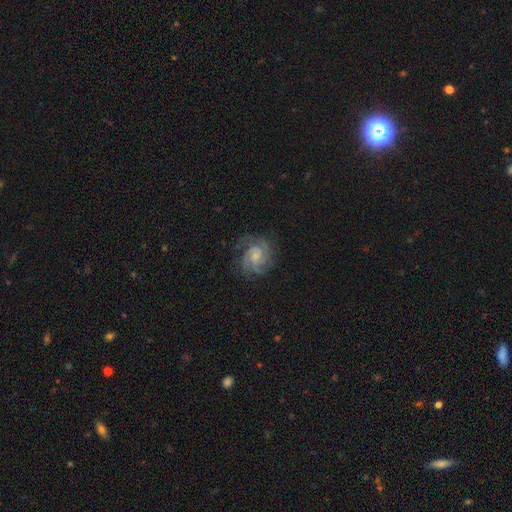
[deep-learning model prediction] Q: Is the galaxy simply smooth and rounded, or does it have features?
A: featured or disk — 86%.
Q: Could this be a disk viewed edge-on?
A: no — 98%.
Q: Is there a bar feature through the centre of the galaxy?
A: no — 55%.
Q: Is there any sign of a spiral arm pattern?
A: yes — 97%.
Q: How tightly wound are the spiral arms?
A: tight — 56%.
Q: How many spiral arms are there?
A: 2 — 39%.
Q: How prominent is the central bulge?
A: small — 56%.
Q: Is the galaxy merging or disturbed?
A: none — 75%.